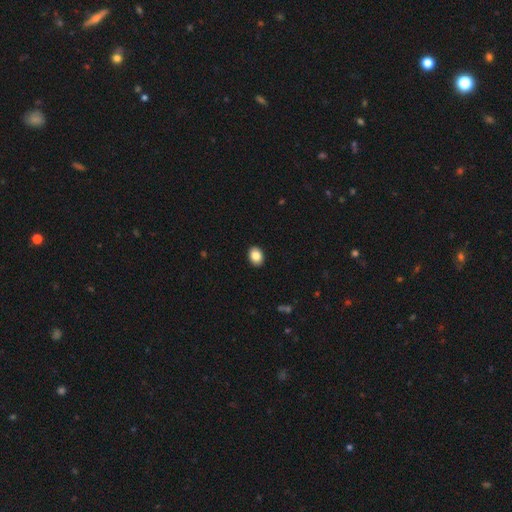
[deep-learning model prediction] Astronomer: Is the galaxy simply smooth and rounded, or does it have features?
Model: smooth — 86%.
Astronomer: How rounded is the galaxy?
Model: in between — 68%.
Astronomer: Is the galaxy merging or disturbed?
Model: none — 92%.